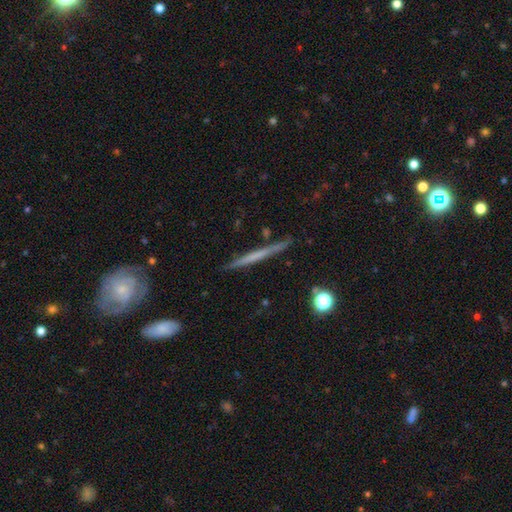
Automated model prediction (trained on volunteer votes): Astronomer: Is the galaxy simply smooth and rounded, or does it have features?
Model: featured or disk — 56% (runner-up: smooth, 37%).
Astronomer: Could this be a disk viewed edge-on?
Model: yes — 97%.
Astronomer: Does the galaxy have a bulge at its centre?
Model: none — 85%.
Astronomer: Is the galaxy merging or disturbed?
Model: none — 88%.